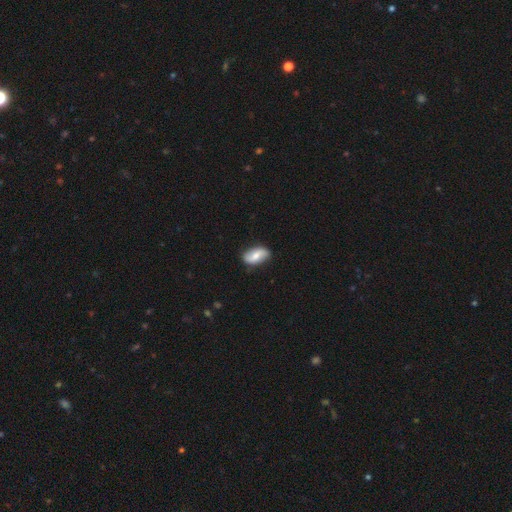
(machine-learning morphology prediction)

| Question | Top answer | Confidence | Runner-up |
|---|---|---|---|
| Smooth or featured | featured or disk | 48% | smooth (46%) |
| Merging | none | 83% | minor disturbance (13%) |